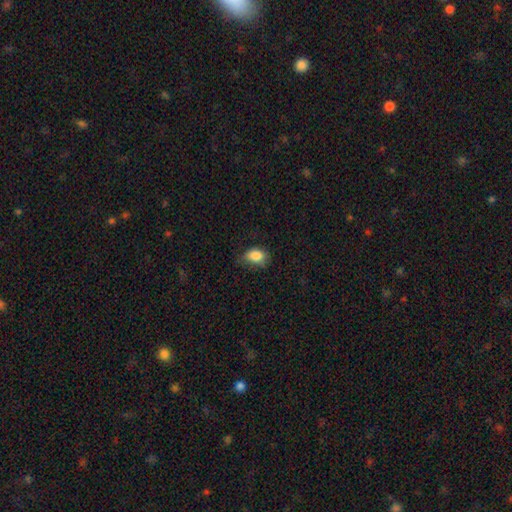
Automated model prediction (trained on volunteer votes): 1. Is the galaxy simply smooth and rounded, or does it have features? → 85% smooth, 9% star or artifact, 6% featured or disk.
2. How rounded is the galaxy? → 83% in between, 16% round, 2% cigar-shaped.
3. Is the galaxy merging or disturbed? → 63% none, 29% minor disturbance, 7% major disturbance, 1% merger.